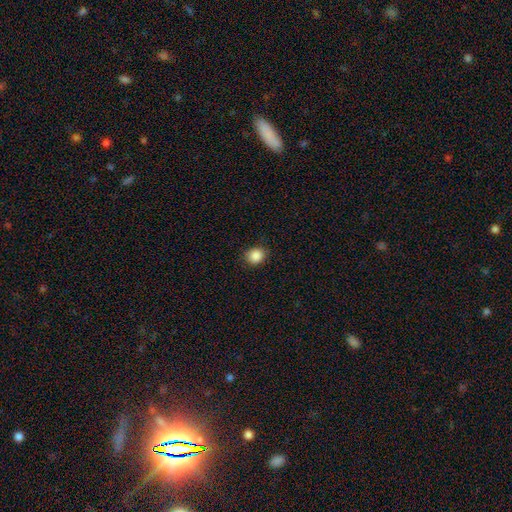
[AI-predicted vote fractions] Overall: smooth (88%). How rounded: round (72%). Merging: none (88%).